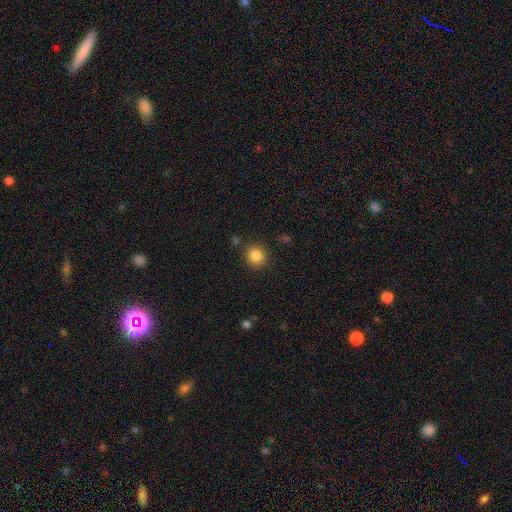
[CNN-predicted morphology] Smooth or featured? Predicted: smooth (p=0.85). How rounded? Predicted: round (p=0.85). Merging? Predicted: none (p=0.87).